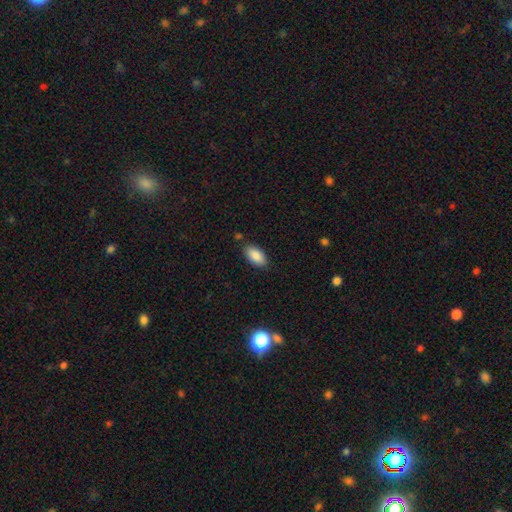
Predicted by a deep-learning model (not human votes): This is clearly a smooth galaxy (88%). How rounded: clearly in between (93%). Merging: clearly none (83%).